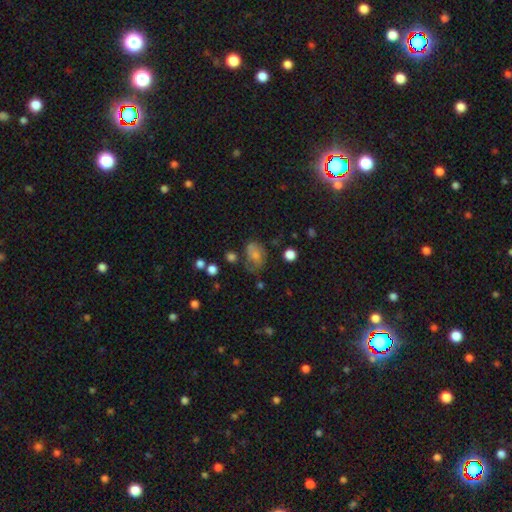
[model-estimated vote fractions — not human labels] A smooth galaxy with no disk features (58%) that is in between round and cigar-shaped (72%). Merging: none (48%).